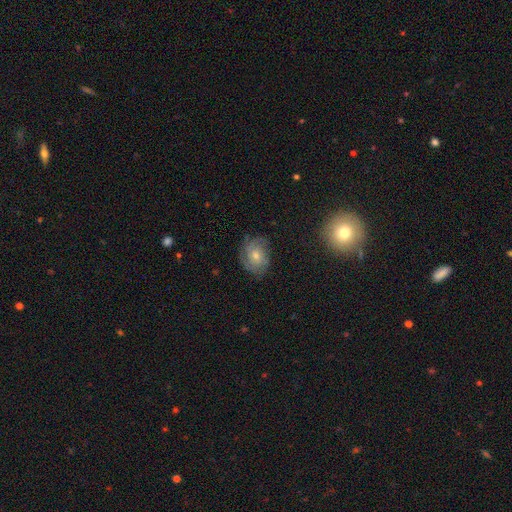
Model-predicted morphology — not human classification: smooth_or_featured: featured or disk (p=0.64) [alt: smooth p=0.24]
disk_edge_on: no (p=0.97) [alt: yes p=0.03]
bar: no (p=0.76) [alt: weak p=0.21]
has_spiral_arms: yes (p=0.90) [alt: no p=0.10]
spiral_winding: tight (p=0.59) [alt: medium p=0.32]
spiral_arm_count: can't tell (p=0.37) [alt: 3 p=0.25]
bulge_size: moderate (p=0.48) [alt: small p=0.47]
merging: none (p=0.75) [alt: minor disturbance p=0.18]